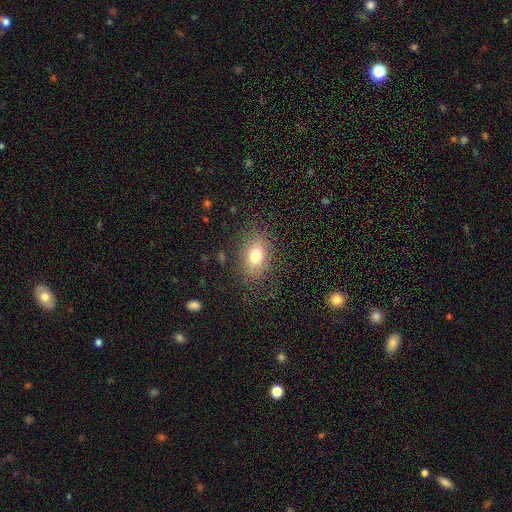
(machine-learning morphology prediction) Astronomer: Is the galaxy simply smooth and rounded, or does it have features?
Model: smooth — 75%.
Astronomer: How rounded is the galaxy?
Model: in between — 75%.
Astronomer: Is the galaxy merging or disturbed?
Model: none — 83%.